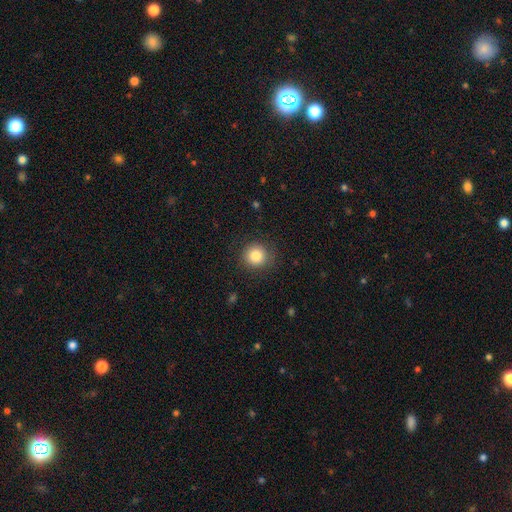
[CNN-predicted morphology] A smooth galaxy with no disk features (83%) that is round (91%).

Vote fractions:
- Smooth or featured? smooth: 83% / star or artifact: 10% / featured or disk: 6%
- How rounded? round: 91% / in between: 8% / cigar-shaped: 1%
- Merging? none: 87% / minor disturbance: 9% / major disturbance: 3% / merger: 1%